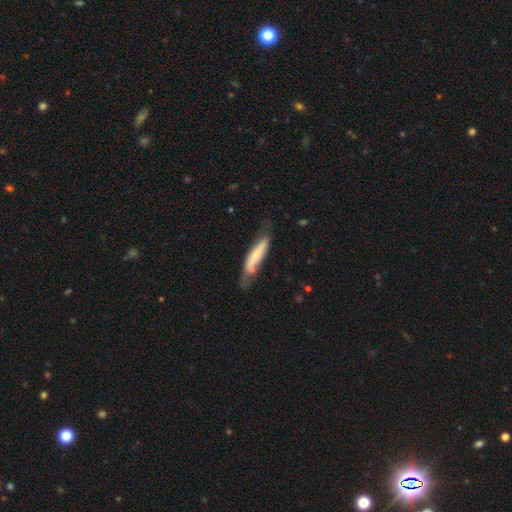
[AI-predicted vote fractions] Overall: featured or disk (50%; smooth 45%). Merging: none (47%; minor disturbance 32%).